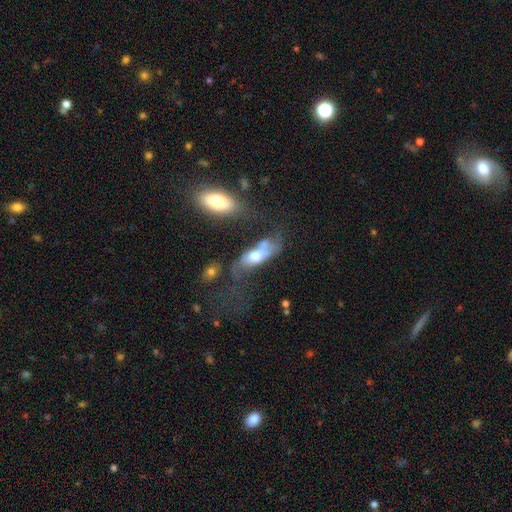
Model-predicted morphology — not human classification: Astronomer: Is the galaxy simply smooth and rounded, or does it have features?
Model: smooth — 48% (runner-up: featured or disk, 43%).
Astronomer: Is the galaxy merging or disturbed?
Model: major disturbance — 33% (runner-up: merger, 26%).